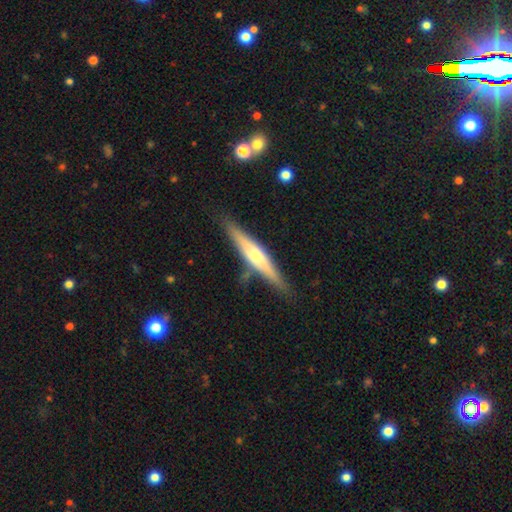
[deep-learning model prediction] Smooth or featured: featured or disk — 58% (smooth — 37%)
Edge-on disk: yes — 95% (no — 5%)
Edge-on bulge: rounded — 75% (none — 14%)
Merging: none — 83% (minor disturbance — 11%)